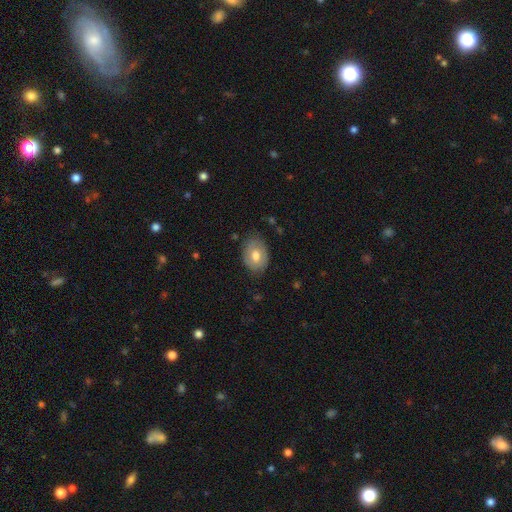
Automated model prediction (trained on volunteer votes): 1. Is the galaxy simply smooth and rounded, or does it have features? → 65% smooth, 28% featured or disk, 7% star or artifact.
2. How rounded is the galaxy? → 74% in between, 25% round, 1% cigar-shaped.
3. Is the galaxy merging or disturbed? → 77% none, 18% minor disturbance, 4% major disturbance, 1% merger.